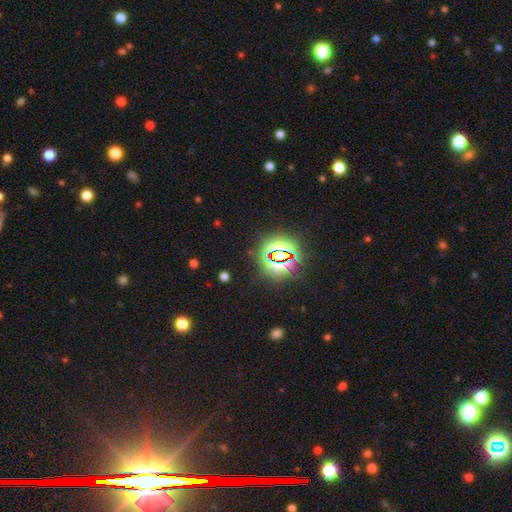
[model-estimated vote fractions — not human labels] Smooth or featured: star or artifact — 69% (smooth — 20%)